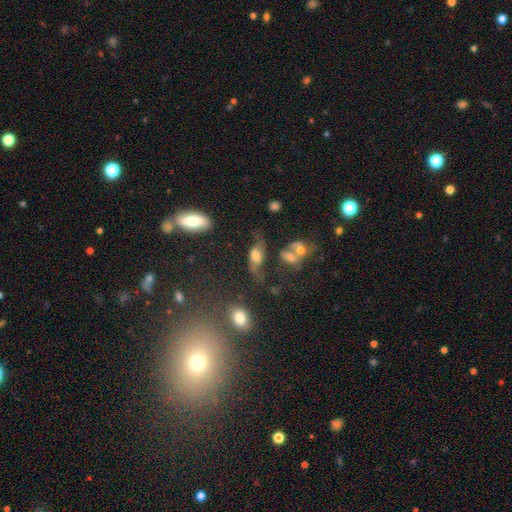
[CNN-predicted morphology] This appears to be a featured or disk galaxy (53%). Merging: none (45%).